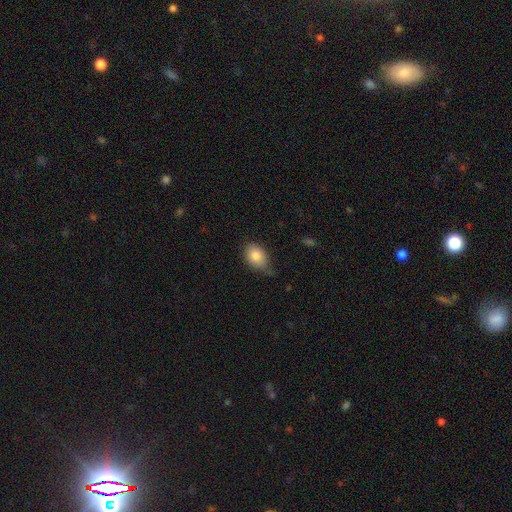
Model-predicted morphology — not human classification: smooth 84%, featured or disk 8%, star or artifact 8%. Down the decision tree: how rounded — in between (76%); merging — none (52%).